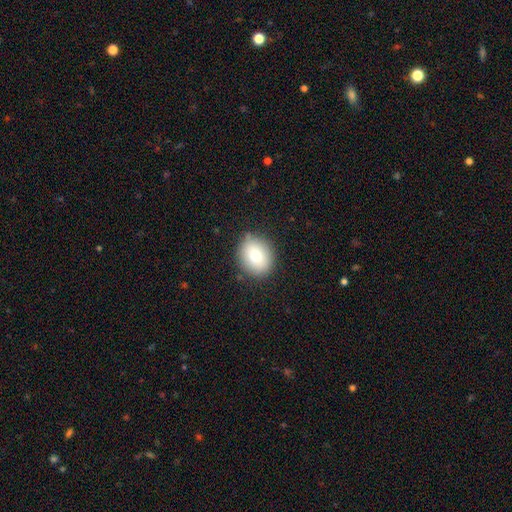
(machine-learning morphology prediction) smooth_or_featured: smooth (p=0.77) [alt: featured or disk p=0.13]
how_rounded: round (p=0.66) [alt: in between p=0.33]
merging: none (p=0.85) [alt: minor disturbance p=0.11]